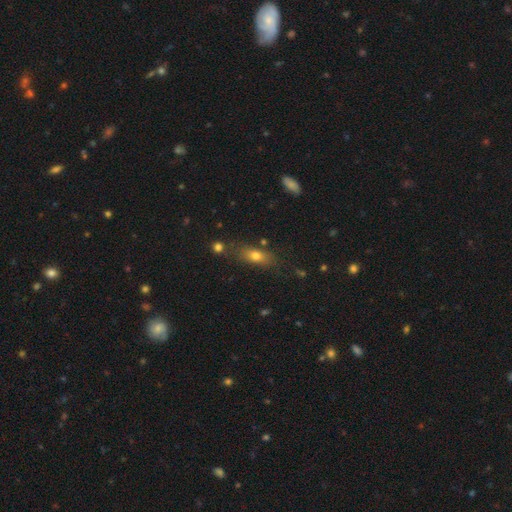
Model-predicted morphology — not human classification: Smooth or featured? Predicted: smooth (p=0.72). How rounded? Predicted: in between (p=0.69). Merging? Predicted: none (p=0.72).